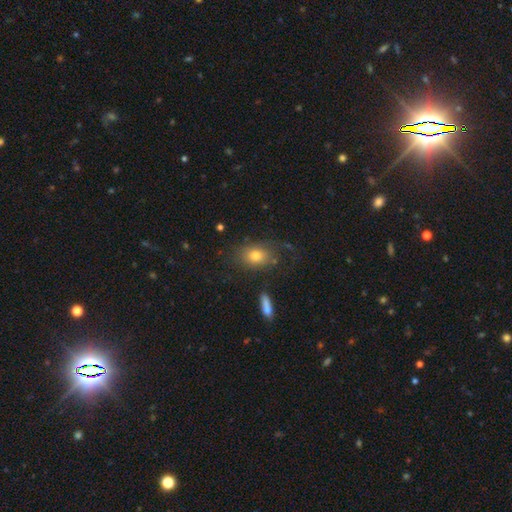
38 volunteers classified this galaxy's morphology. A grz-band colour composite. It shows a smooth galaxy with no disk features (79%) that is in between round and cigar-shaped (63%). Merging: none (74%).